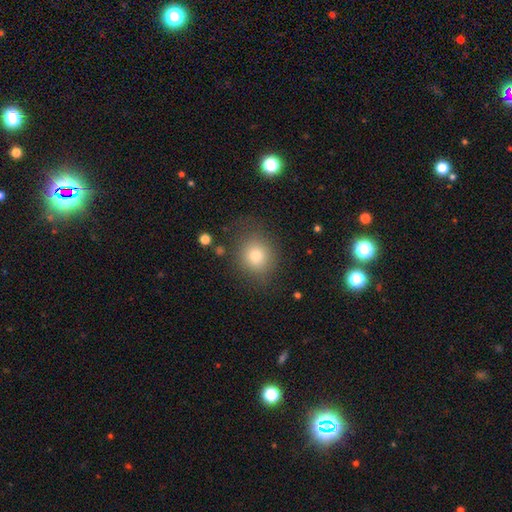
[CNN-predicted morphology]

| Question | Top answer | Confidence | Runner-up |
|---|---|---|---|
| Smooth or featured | smooth | 77% | star or artifact (12%) |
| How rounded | round | 76% | in between (23%) |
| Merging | none | 77% | minor disturbance (14%) |